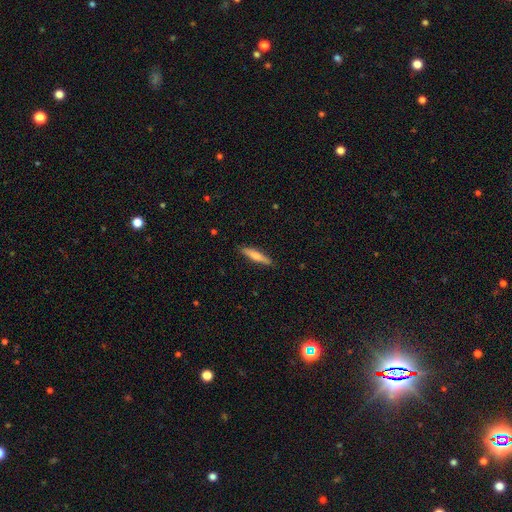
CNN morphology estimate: The model was most divided on "smooth or featured": smooth: 65%, featured or disk: 30%, star or artifact: 6%. More confident: merging — none (89%); how rounded — cigar-shaped (87%).